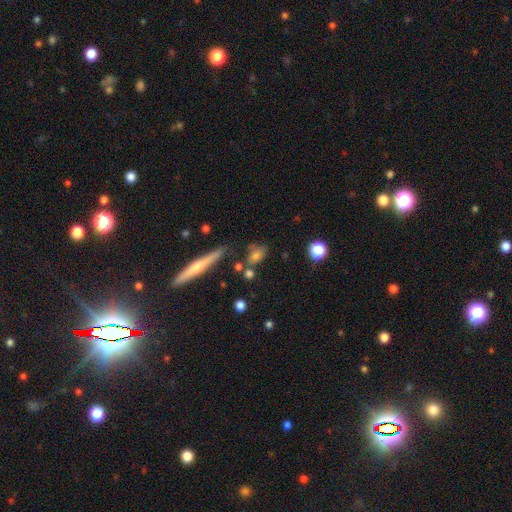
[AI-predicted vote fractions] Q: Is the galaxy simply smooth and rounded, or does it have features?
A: smooth — 69%.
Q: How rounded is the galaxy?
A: in between — 58%.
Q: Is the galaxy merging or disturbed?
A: none — 58%.